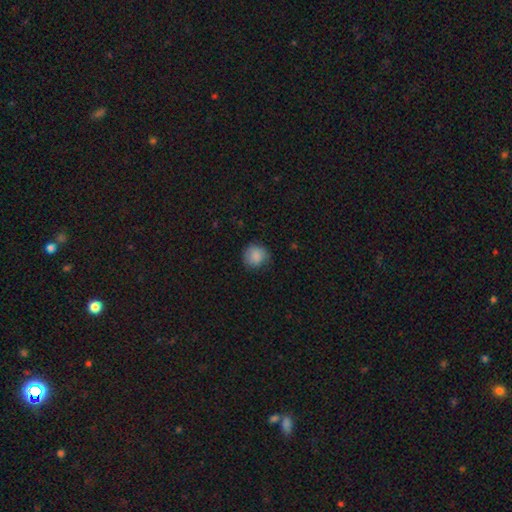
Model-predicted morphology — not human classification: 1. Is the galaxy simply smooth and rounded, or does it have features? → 86% smooth, 8% star or artifact, 7% featured or disk.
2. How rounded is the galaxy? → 89% round, 10% in between, 1% cigar-shaped.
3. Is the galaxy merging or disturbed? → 74% none, 20% minor disturbance, 4% major disturbance, 1% merger.